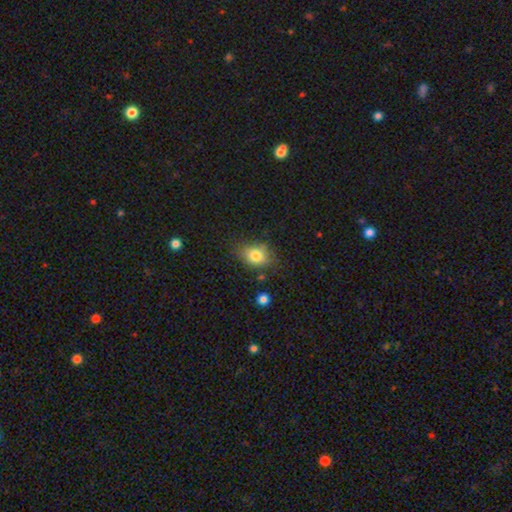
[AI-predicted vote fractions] A smooth galaxy with no disk features (80%) that is in between round and cigar-shaped (63%). Merging: none (70%).